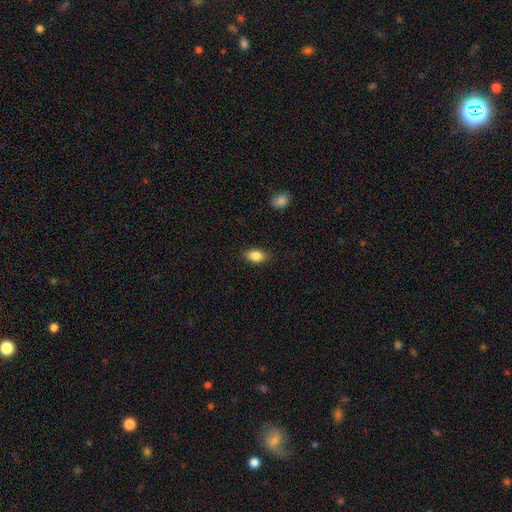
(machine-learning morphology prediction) Smooth or featured?
  - smooth: 86% *
  - star or artifact: 8%
  - featured or disk: 6%
How rounded?
  - in between: 87% *
  - round: 10%
  - cigar-shaped: 2%
Merging?
  - none: 86% *
  - minor disturbance: 10%
  - major disturbance: 2%
  - merger: 1%